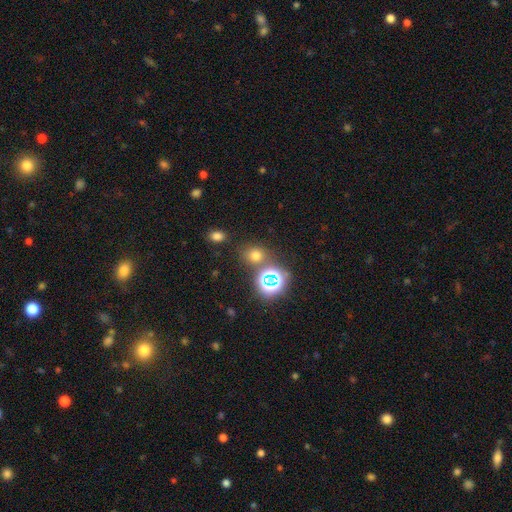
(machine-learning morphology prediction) type=smooth (63%); roundness=round (71%); merging=none (72%).